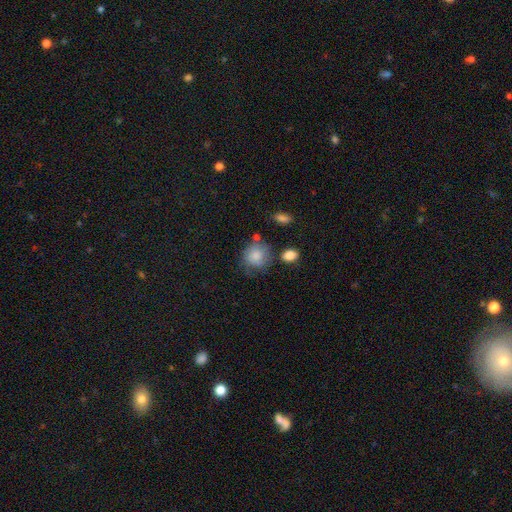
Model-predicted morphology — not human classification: smooth 79%, featured or disk 13%, star or artifact 8%. Down the decision tree: how rounded — round (80%); merging — none (55%).